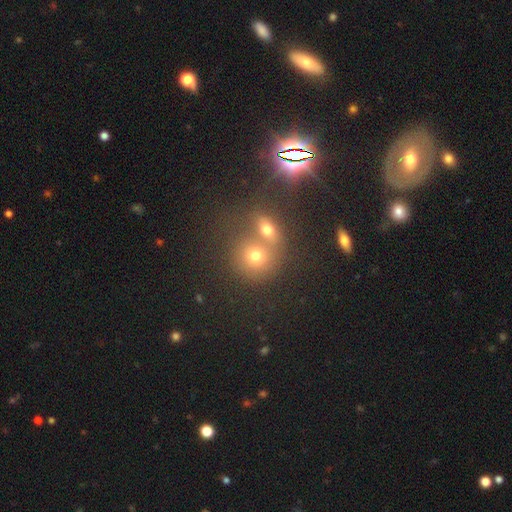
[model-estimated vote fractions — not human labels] This is likely a smooth galaxy (61%). How rounded: clearly round (82%). Merging: possibly merger (52%).